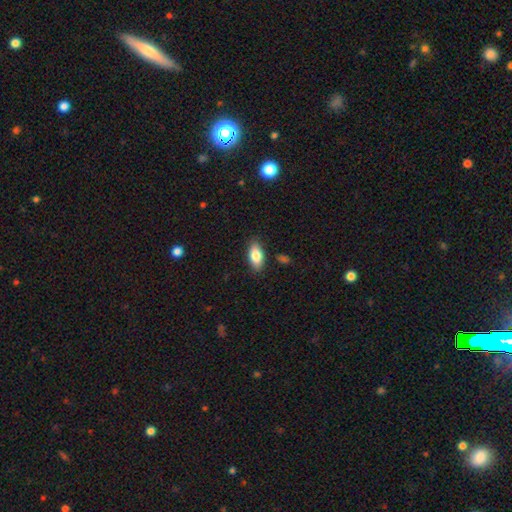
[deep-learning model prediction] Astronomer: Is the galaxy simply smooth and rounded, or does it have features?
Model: smooth — 82%.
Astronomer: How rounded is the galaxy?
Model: in between — 89%.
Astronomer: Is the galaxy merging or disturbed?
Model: none — 86%.